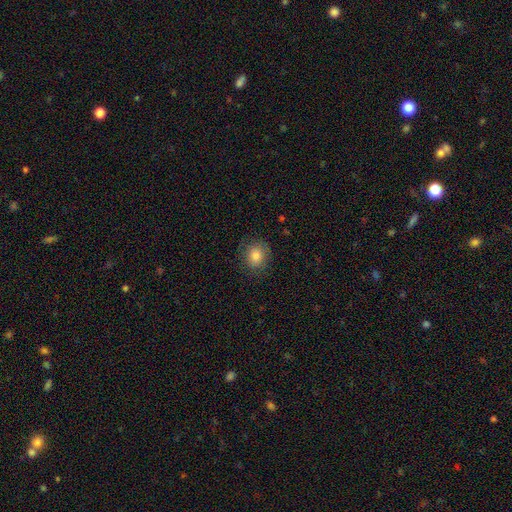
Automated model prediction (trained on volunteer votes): smooth-or-featured: smooth: 82% | star or artifact: 9% | featured or disk: 9%
  how-rounded: round: 70% | in between: 29% | cigar-shaped: 1%
  merging: none: 82% | minor disturbance: 13% | major disturbance: 4% | merger: 1%